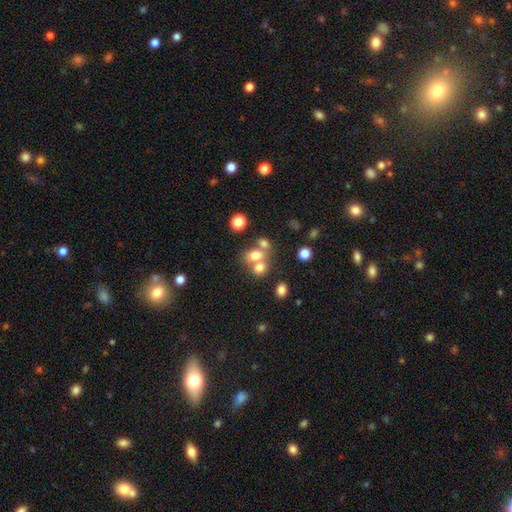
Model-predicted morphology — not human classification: Smooth or featured: smooth — 66% (featured or disk — 18%)
How rounded: in between — 50% (round — 48%)
Merging: merger — 53% (none — 33%)